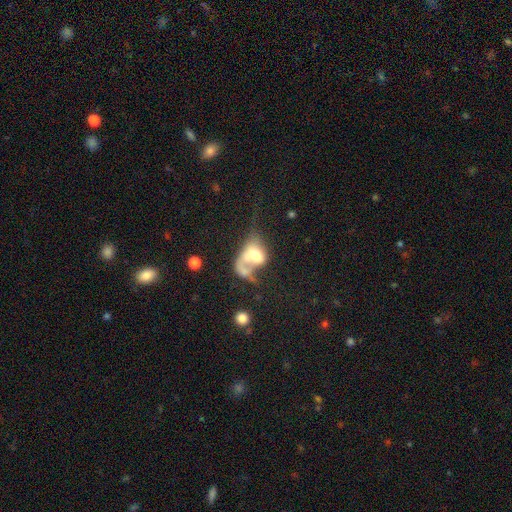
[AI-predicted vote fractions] Smooth or featured? smooth (51%)
How rounded? in between (72%)
Merging? merger (46%)